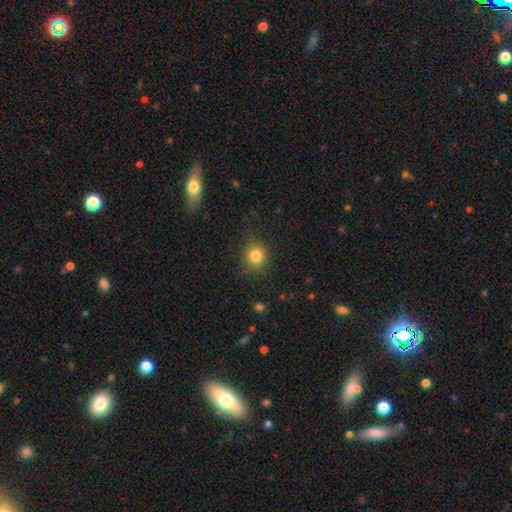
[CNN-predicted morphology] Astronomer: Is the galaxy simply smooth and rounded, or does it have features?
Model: smooth — 83%.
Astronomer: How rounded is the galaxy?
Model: round — 77%.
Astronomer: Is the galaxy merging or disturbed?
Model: none — 84%.